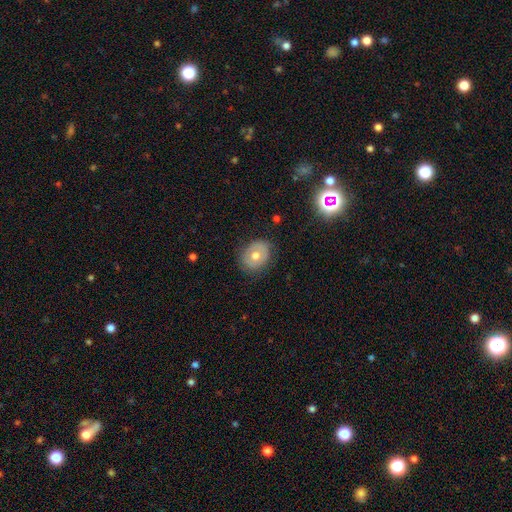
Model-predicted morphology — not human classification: This is possibly a smooth galaxy (56%). How rounded: possibly round (55%). Merging: clearly none (81%).